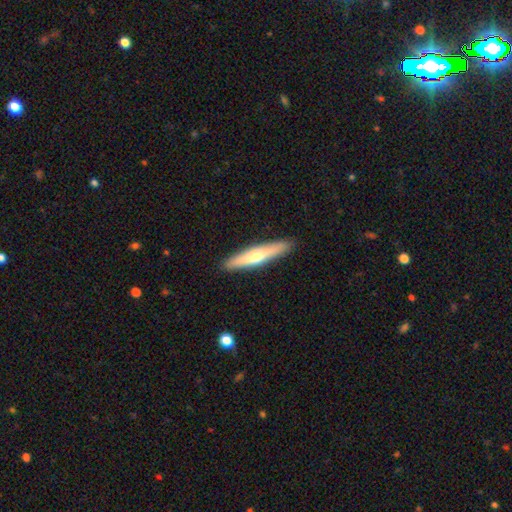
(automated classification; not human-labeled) Q: Smooth or featured?
A: smooth (52%); runner-up: featured or disk (43%)
Q: How rounded?
A: cigar-shaped (88%); runner-up: in between (10%)
Q: Merging?
A: none (91%); runner-up: minor disturbance (7%)